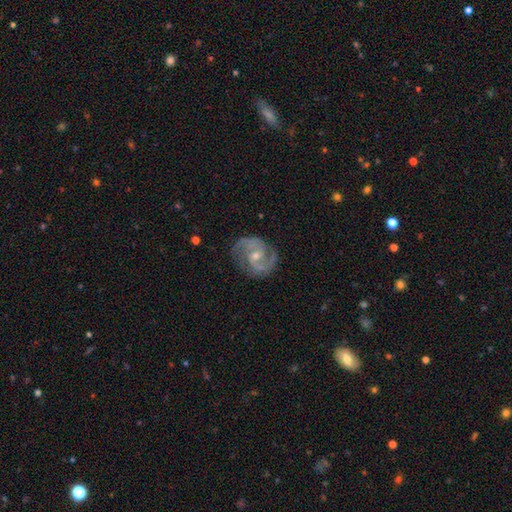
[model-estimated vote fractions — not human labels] featured or disk 89%, star or artifact 6%, smooth 5%. Down the decision tree: edge-on disk — no (98%); bar — no (44%); spiral arms — yes (98%); spiral arm count — 2 (87%); spiral winding — medium (55%); bulge size — small (53%); merging — none (81%).